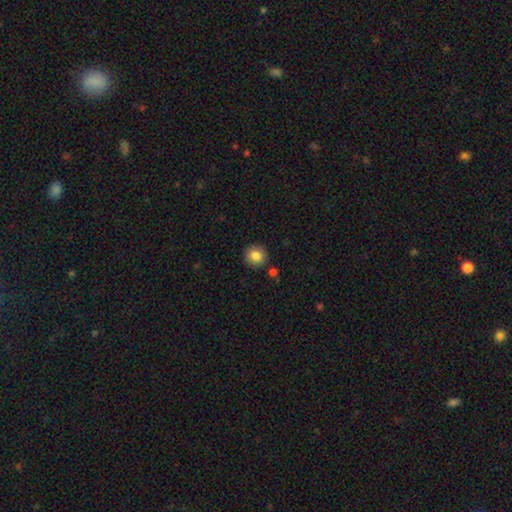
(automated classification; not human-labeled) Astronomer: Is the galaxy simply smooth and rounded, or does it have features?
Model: smooth — 85%.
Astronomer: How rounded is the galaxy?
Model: round — 92%.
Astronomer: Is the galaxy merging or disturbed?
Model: none — 88%.